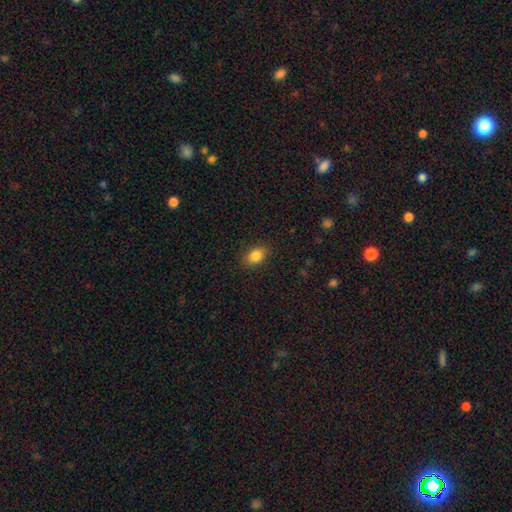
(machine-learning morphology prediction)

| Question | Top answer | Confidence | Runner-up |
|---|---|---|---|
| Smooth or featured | smooth | 85% | star or artifact (9%) |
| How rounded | in between | 80% | round (18%) |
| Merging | none | 87% | minor disturbance (10%) |